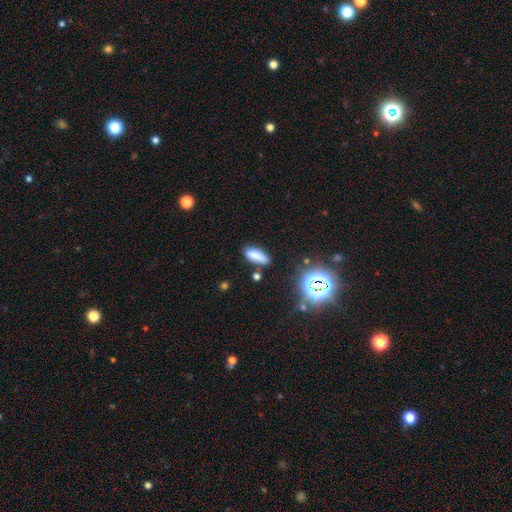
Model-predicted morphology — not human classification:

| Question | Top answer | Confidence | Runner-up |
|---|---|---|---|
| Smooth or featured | smooth | 79% | star or artifact (13%) |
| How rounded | in between | 66% | cigar-shaped (31%) |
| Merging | none | 73% | minor disturbance (17%) |